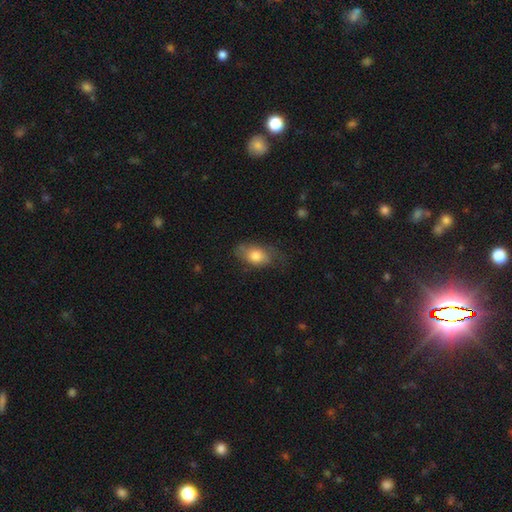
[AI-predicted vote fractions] This is likely a smooth galaxy (72%). How rounded: clearly in between (88%). Merging: possibly none (55%).